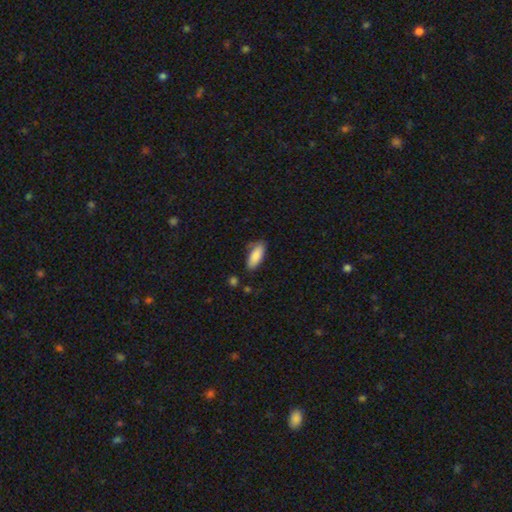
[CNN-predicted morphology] Smooth or featured?
  - smooth: 87% *
  - featured or disk: 7%
  - star or artifact: 6%
How rounded?
  - in between: 74% *
  - cigar-shaped: 24%
  - round: 2%
Merging?
  - none: 74% *
  - minor disturbance: 19%
  - major disturbance: 4%
  - merger: 3%